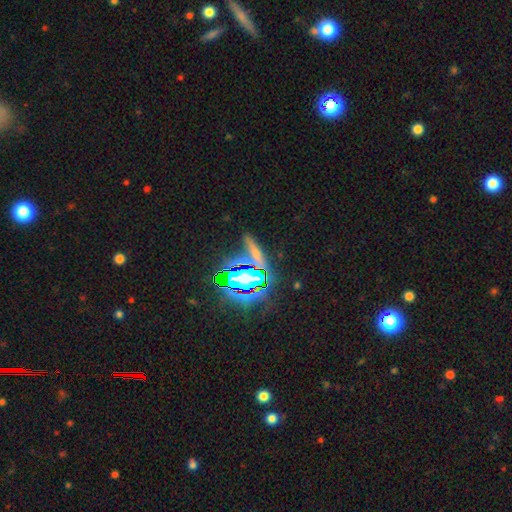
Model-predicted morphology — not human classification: The model was most divided on "smooth or featured": star or artifact: 59%, smooth: 22%, featured or disk: 20%.